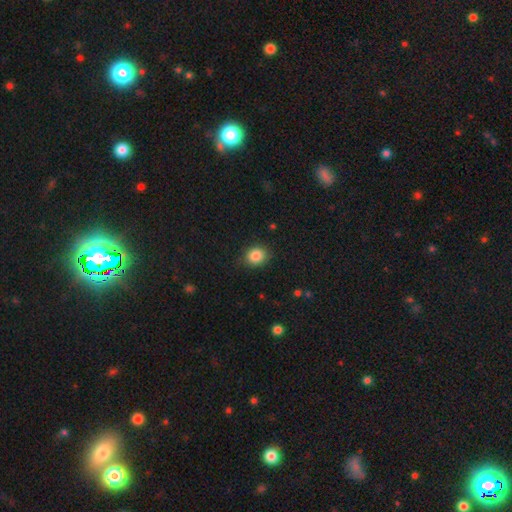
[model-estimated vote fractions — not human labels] A smooth galaxy with no disk features (86%) that is round (65%).

Vote fractions:
- Smooth or featured? smooth: 86% / star or artifact: 9% / featured or disk: 5%
- How rounded? round: 65% / in between: 34% / cigar-shaped: 1%
- Merging? none: 83% / minor disturbance: 13% / major disturbance: 3% / merger: 1%